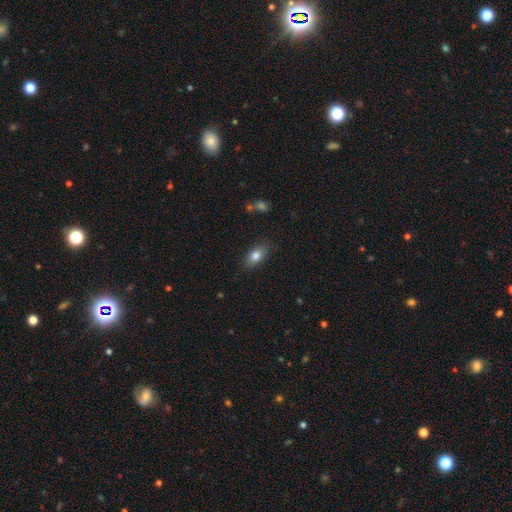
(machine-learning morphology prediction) type=smooth (82%); roundness=in between (86%); merging=none (83%).